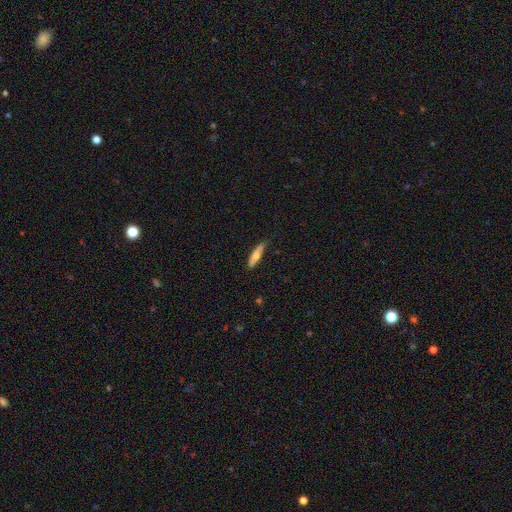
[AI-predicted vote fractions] Overall: smooth (62%; featured or disk 32%). How rounded: cigar-shaped (79%). Merging: none (79%).